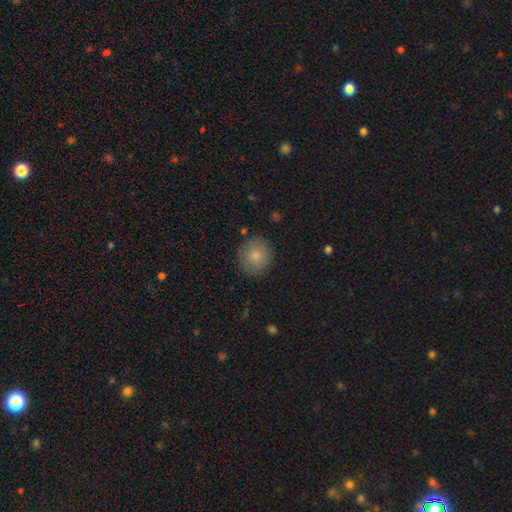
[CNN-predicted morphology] Smooth or featured? Predicted: smooth (p=0.83). How rounded? Predicted: round (p=0.92). Merging? Predicted: none (p=0.85).